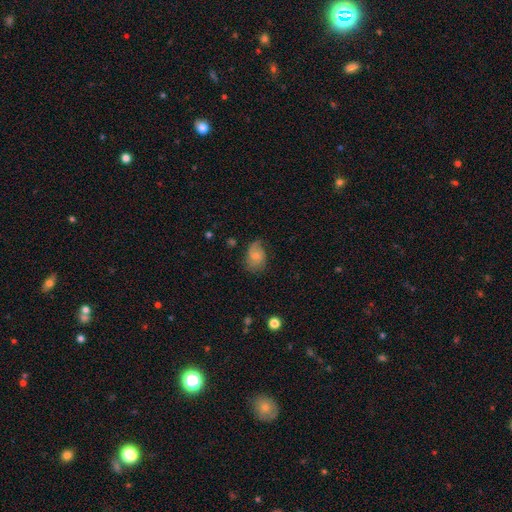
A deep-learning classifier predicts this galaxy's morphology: Smooth or featured? smooth (49%)
Merging? none (53%)